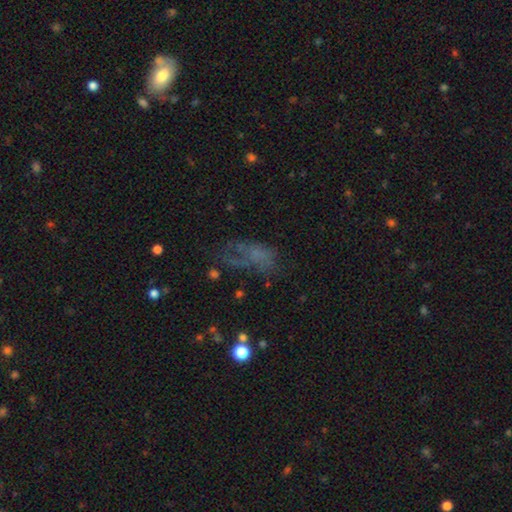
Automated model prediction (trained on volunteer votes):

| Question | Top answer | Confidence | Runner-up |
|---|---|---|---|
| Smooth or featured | smooth | 40% | featured or disk (36%) |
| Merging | major disturbance | 40% | none (34%) |